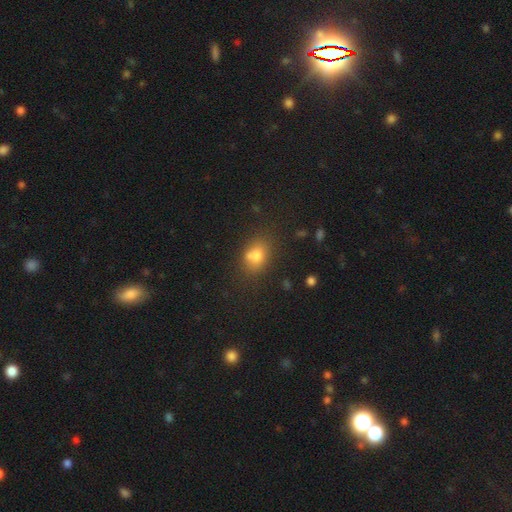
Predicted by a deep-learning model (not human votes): Q: Smooth or featured?
A: smooth (73%); runner-up: star or artifact (15%)
Q: How rounded?
A: in between (60%); runner-up: round (39%)
Q: Merging?
A: none (57%); runner-up: merger (20%)